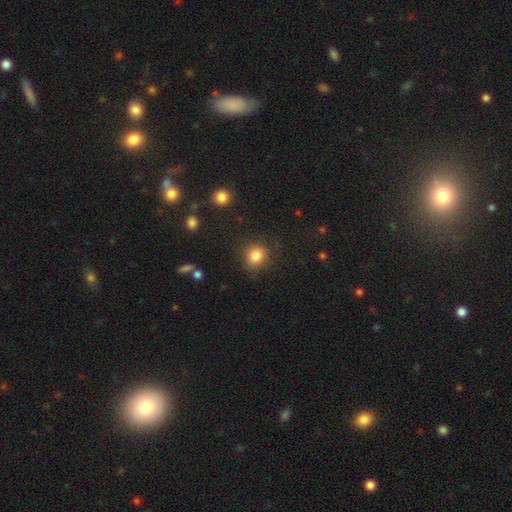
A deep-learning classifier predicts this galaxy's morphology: The model was most divided on "how rounded": round: 77%, in between: 22%, cigar-shaped: 1%. More confident: smooth or featured — smooth (85%); merging — none (84%).